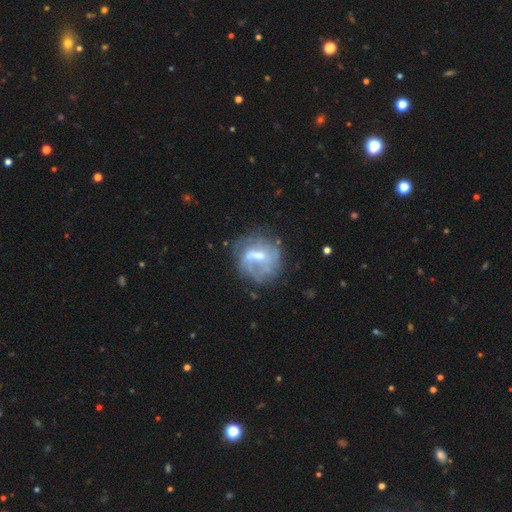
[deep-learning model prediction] The model was most divided on "spiral arms": yes: 56%, no: 44%. Remaining: edge-on disk — no (97%); smooth or featured — featured or disk (62%); merging — none (55%); bar — weak (49%); bulge size — moderate (47%).